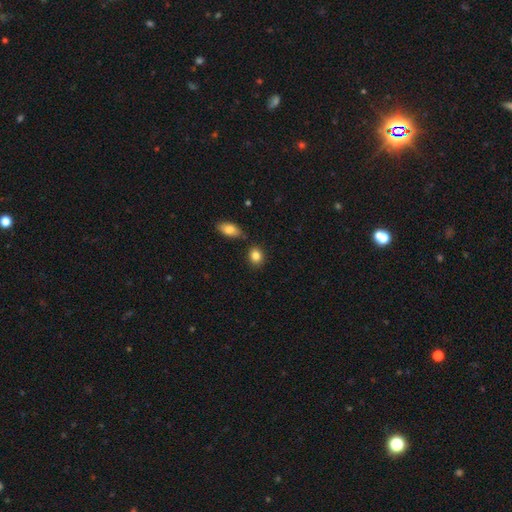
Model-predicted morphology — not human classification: smooth-or-featured: smooth: 85% | star or artifact: 9% | featured or disk: 6%
  how-rounded: round: 51% | in between: 48% | cigar-shaped: 2%
  merging: none: 79% | minor disturbance: 11% | merger: 8% | major disturbance: 3%